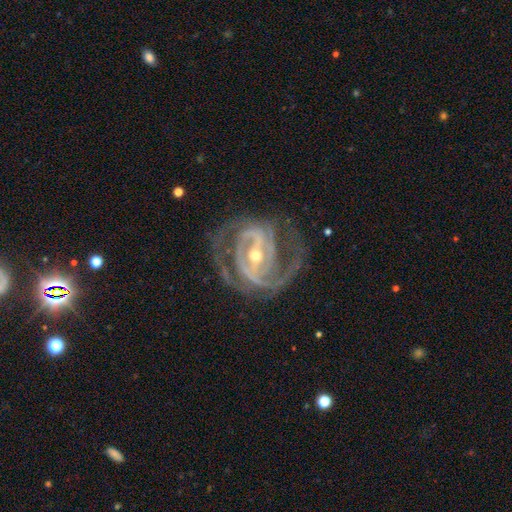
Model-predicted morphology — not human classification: The model was most divided on "spiral winding": medium: 45%, tight: 44%, loose: 11%. Remaining: edge-on disk — no (97%); spiral arms — yes (97%); smooth or featured — featured or disk (92%); merging — none (65%); spiral arm count — 2 (55%); bar — strong (54%); bulge size — small (49%).